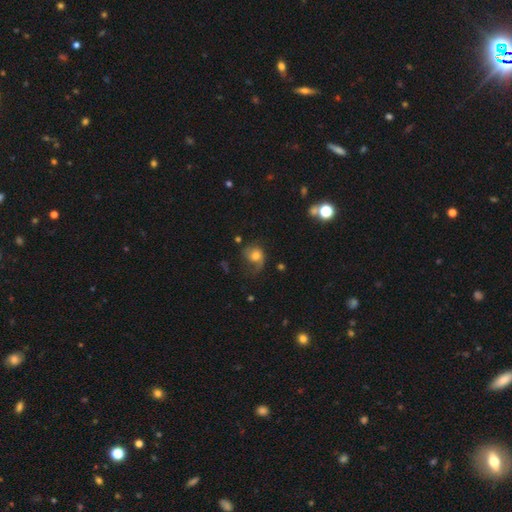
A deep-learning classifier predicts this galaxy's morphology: smooth 50%, featured or disk 40%, star or artifact 10%. Down the decision tree: how rounded — round (65%); merging — none (41%).